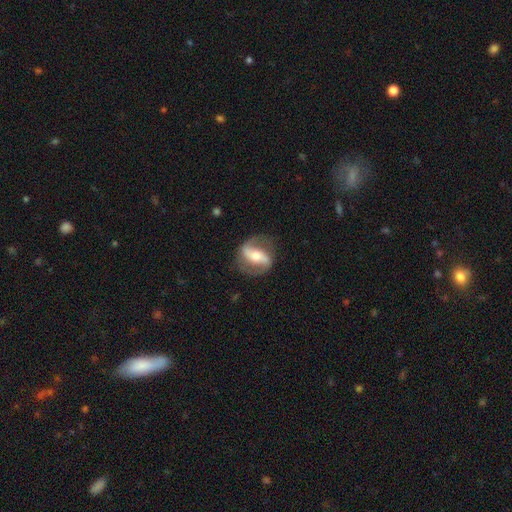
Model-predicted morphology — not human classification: A featured or disk galaxy (84%) with a strong bar (54%), 2 (91%) medium (42%) spiral arms (91%) and a moderate central bulge (59%).

Vote fractions:
- Smooth or featured? featured or disk: 84% / smooth: 11% / star or artifact: 5%
- Edge-on disk? no: 95% / yes: 5%
- Bar? strong: 54% / weak: 27% / no: 19%
- Spiral arms? yes: 91% / no: 9%
- Spiral winding? medium: 42% / loose: 39% / tight: 19%
- Spiral arm count? 2: 91% / can't tell: 4% / 1: 3% / 3: 1% / 4: 1% / more than 4: 1%
- Bulge size? moderate: 59% / small: 33% / large: 5% / none: 2% / dominant: 1%
- Merging? none: 80% / minor disturbance: 12% / major disturbance: 6% / merger: 1%